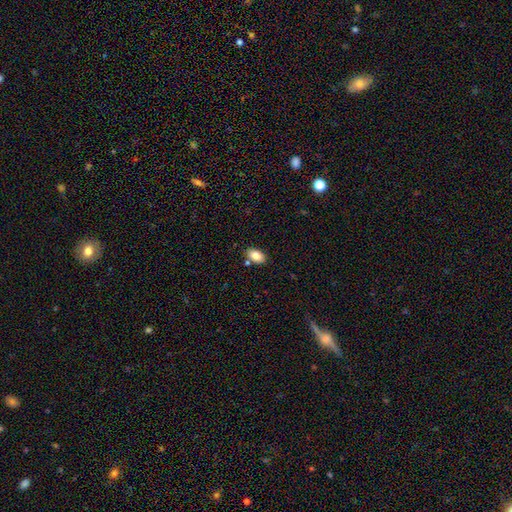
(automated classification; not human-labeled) Smooth or featured? smooth (84%)
How rounded? in between (90%)
Merging? none (80%)